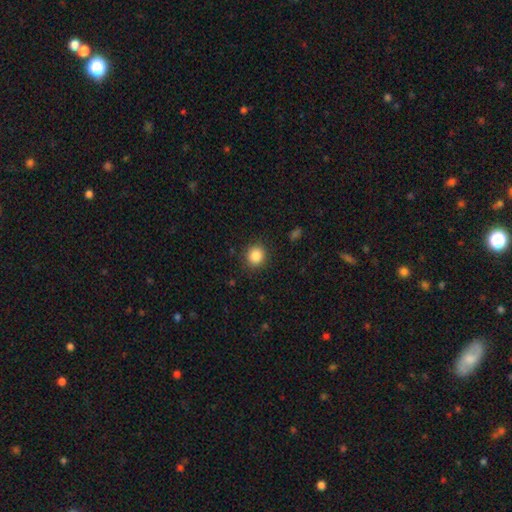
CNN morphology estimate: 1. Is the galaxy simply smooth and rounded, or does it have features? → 86% smooth, 10% star or artifact, 4% featured or disk.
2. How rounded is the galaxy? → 86% round, 13% in between, 1% cigar-shaped.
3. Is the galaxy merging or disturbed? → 89% none, 8% minor disturbance, 3% major disturbance, 1% merger.